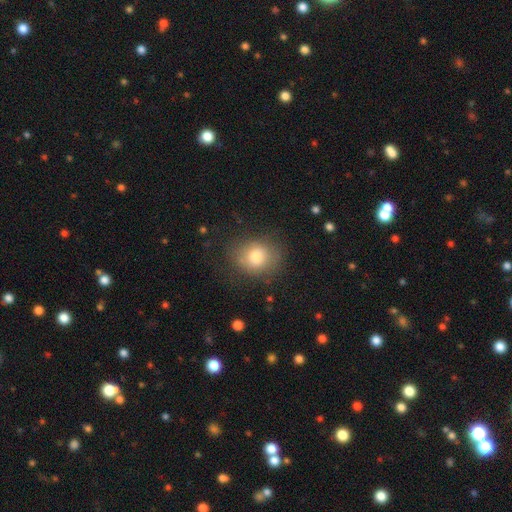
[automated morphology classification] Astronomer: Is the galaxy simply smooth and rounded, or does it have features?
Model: smooth — 77%.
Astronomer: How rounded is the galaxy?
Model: round — 67%.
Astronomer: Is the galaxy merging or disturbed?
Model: none — 72%.